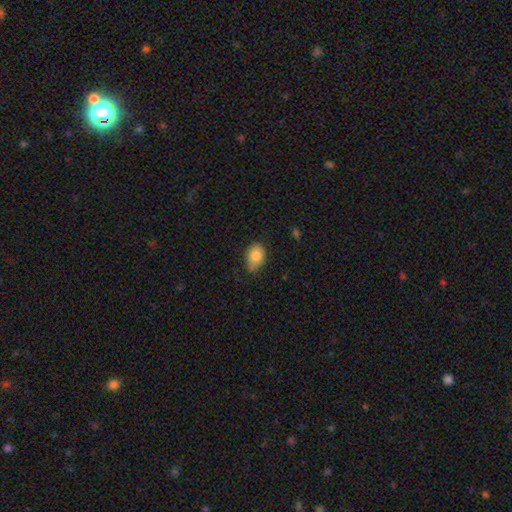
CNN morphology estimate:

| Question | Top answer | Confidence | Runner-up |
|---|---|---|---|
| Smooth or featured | smooth | 84% | featured or disk (8%) |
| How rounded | in between | 82% | round (17%) |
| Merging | none | 66% | minor disturbance (28%) |